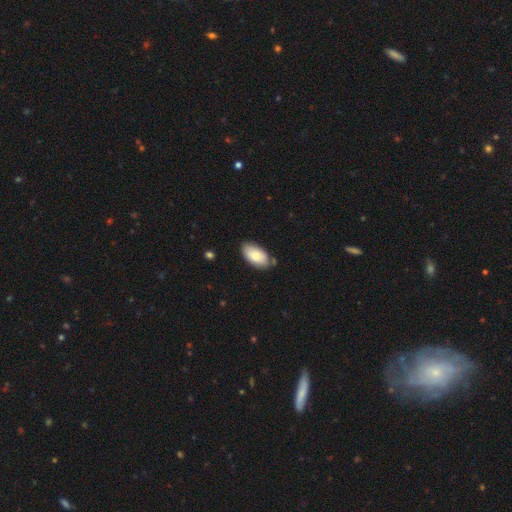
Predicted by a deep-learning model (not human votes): Smooth or featured? Predicted: smooth (p=0.78). How rounded? Predicted: in between (p=0.95). Merging? Predicted: none (p=0.77).